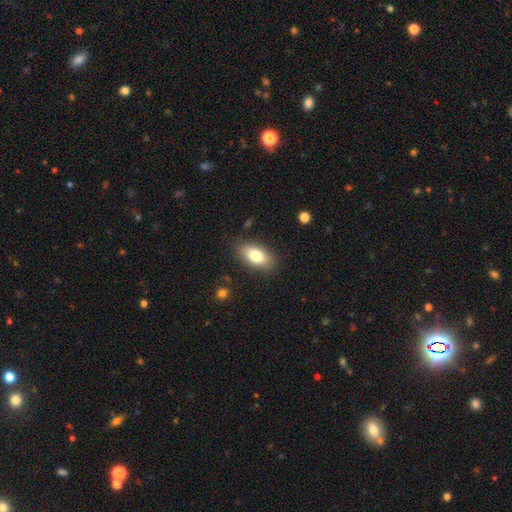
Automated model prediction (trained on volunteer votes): Q: Smooth or featured?
A: smooth (79%); runner-up: featured or disk (13%)
Q: How rounded?
A: in between (90%); runner-up: cigar-shaped (5%)
Q: Merging?
A: none (85%); runner-up: minor disturbance (11%)